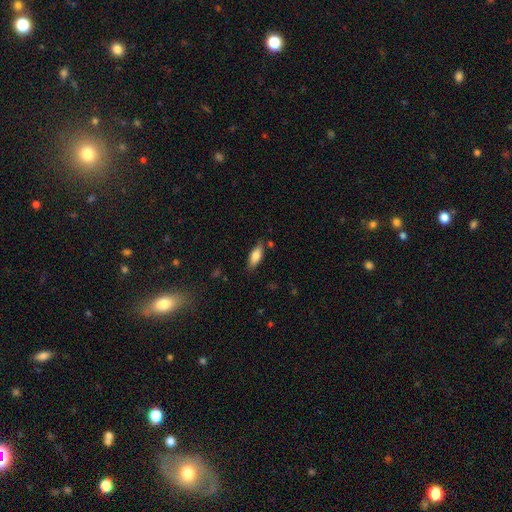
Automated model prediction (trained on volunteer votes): Smooth or featured? smooth (78%)
How rounded? in between (76%)
Merging? none (80%)